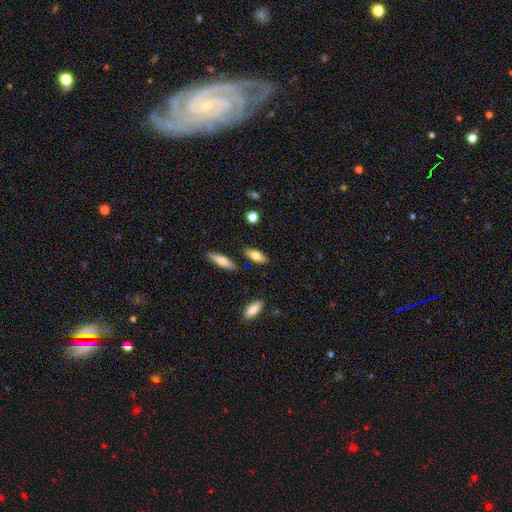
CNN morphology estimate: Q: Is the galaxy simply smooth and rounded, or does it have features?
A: smooth — 72%.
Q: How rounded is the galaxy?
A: in between — 73%.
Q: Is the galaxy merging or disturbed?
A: none — 83%.